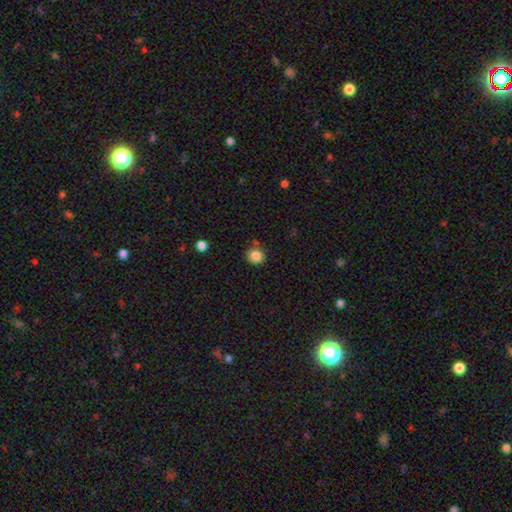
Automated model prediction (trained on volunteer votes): A smooth galaxy with no disk features (85%) that is round (83%).

Vote fractions:
- Smooth or featured? smooth: 85% / star or artifact: 11% / featured or disk: 5%
- How rounded? round: 83% / in between: 16% / cigar-shaped: 1%
- Merging? none: 78% / minor disturbance: 14% / merger: 4% / major disturbance: 3%